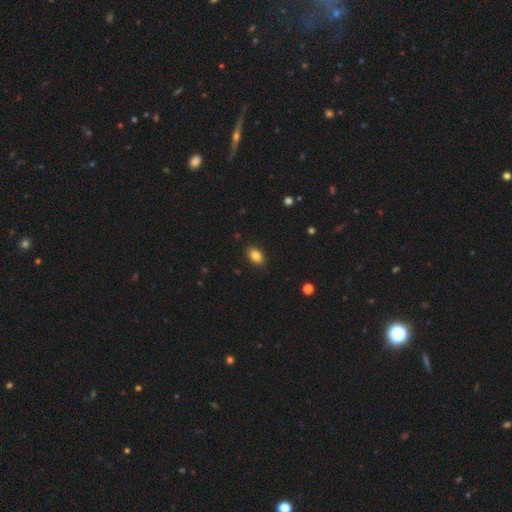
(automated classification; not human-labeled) Smooth or featured: smooth — 85% (star or artifact — 9%)
How rounded: in between — 87% (round — 12%)
Merging: none — 88% (minor disturbance — 9%)